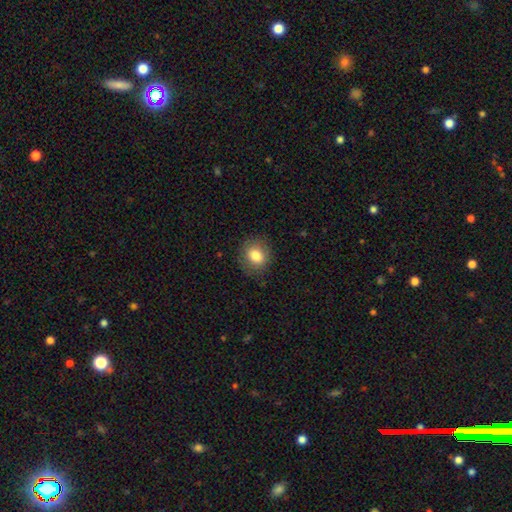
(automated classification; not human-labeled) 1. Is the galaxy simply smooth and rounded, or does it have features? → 81% smooth, 10% featured or disk, 9% star or artifact.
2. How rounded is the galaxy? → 69% round, 30% in between, 1% cigar-shaped.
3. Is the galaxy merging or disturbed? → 84% none, 12% minor disturbance, 4% major disturbance, 1% merger.